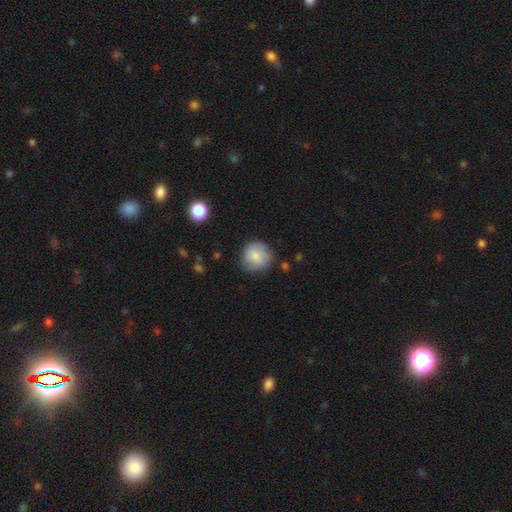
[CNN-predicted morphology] This is clearly a smooth galaxy (81%). How rounded: clearly round (90%). Merging: likely none (76%).